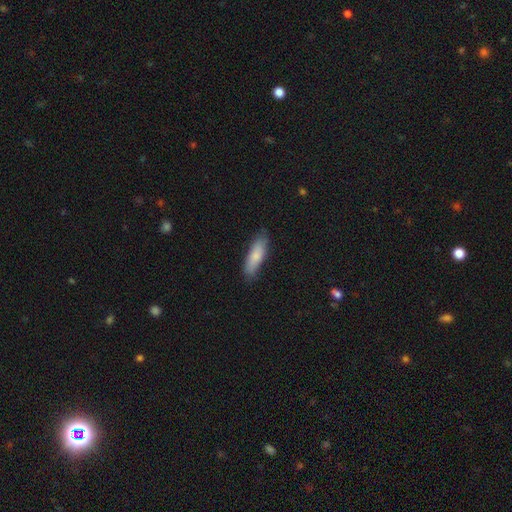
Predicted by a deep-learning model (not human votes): Smooth or featured?
  - smooth: 81% *
  - featured or disk: 13%
  - star or artifact: 6%
How rounded?
  - cigar-shaped: 59% *
  - in between: 39%
  - round: 2%
Merging?
  - none: 81% *
  - minor disturbance: 15%
  - major disturbance: 3%
  - merger: 1%